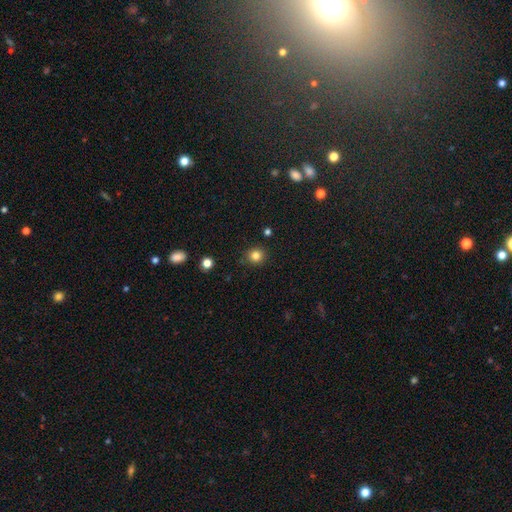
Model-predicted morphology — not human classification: Smooth or featured? Predicted: smooth (p=0.82). How rounded? Predicted: round (p=0.90). Merging? Predicted: none (p=0.89).